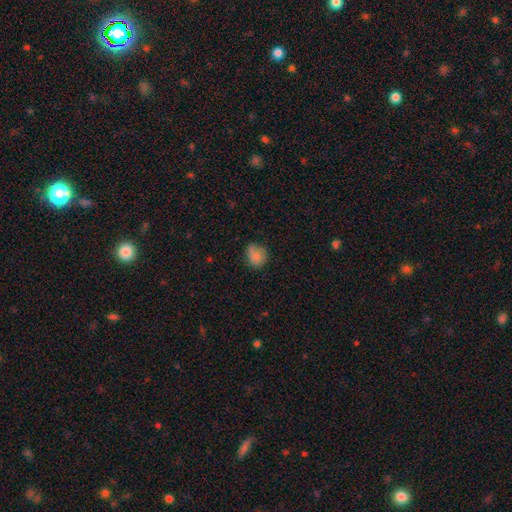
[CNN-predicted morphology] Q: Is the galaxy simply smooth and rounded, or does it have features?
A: smooth — 83%.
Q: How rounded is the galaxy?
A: round — 68%.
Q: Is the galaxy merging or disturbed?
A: none — 66%.